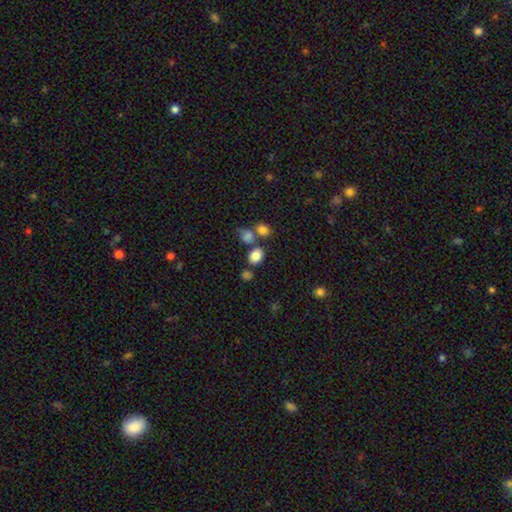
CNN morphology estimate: smooth_or_featured: smooth (p=0.82) [alt: star or artifact p=0.11]
how_rounded: in between (p=0.57) [alt: round p=0.42]
merging: none (p=0.65) [alt: merger p=0.19]